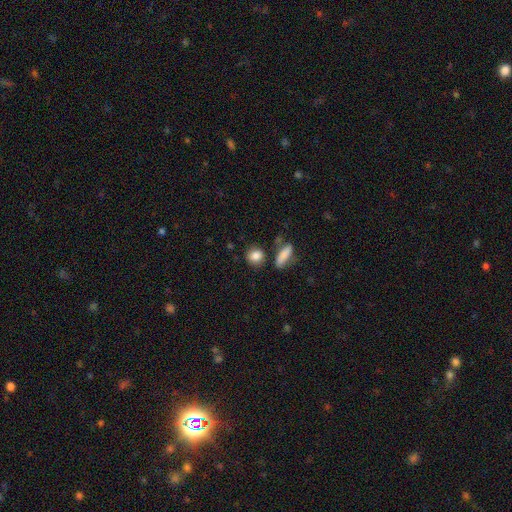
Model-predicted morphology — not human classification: Smooth or featured?
  - smooth: 84% *
  - star or artifact: 9%
  - featured or disk: 7%
How rounded?
  - round: 71% *
  - in between: 25%
  - cigar-shaped: 4%
Merging?
  - none: 73% *
  - minor disturbance: 13%
  - merger: 9%
  - major disturbance: 4%